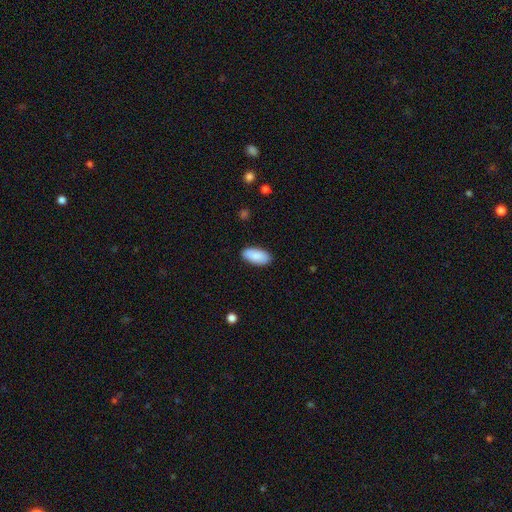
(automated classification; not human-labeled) Q: Smooth or featured?
A: smooth (90%); runner-up: star or artifact (6%)
Q: How rounded?
A: in between (92%); runner-up: cigar-shaped (6%)
Q: Merging?
A: none (88%); runner-up: minor disturbance (9%)